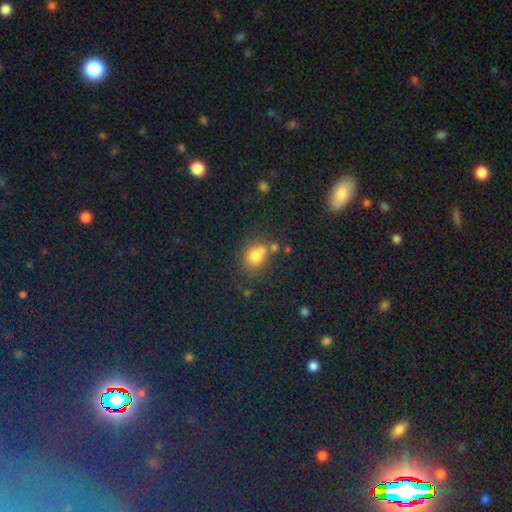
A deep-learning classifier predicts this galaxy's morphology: Smooth or featured? Predicted: smooth (p=0.73). How rounded? Predicted: round (p=0.58). Merging? Predicted: none (p=0.52).